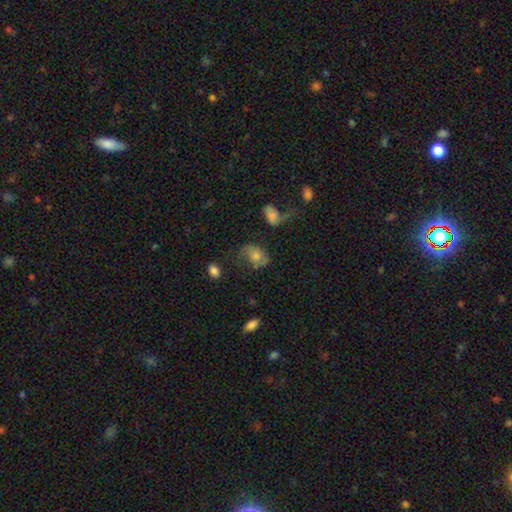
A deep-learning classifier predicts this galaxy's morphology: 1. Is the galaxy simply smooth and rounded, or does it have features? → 58% smooth, 30% featured or disk, 12% star or artifact.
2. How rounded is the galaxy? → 74% in between, 25% round, 2% cigar-shaped.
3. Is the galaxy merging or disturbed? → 40% none, 28% major disturbance, 27% minor disturbance, 5% merger.